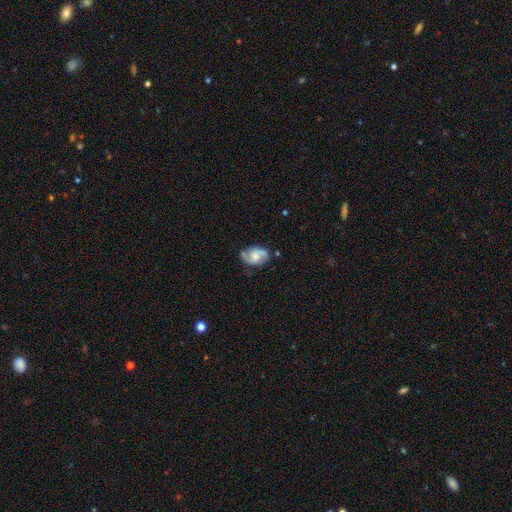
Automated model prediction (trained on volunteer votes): smooth_or_featured: featured or disk (p=0.82) [alt: smooth p=0.12]
disk_edge_on: no (p=0.98) [alt: yes p=0.02]
bar: no (p=0.53) [alt: weak p=0.40]
has_spiral_arms: yes (p=0.96) [alt: no p=0.04]
spiral_winding: medium (p=0.52) [alt: tight p=0.25]
spiral_arm_count: 2 (p=0.90) [alt: can't tell p=0.04]
bulge_size: moderate (p=0.42) [alt: small p=0.33]
merging: none (p=0.75) [alt: minor disturbance p=0.18]